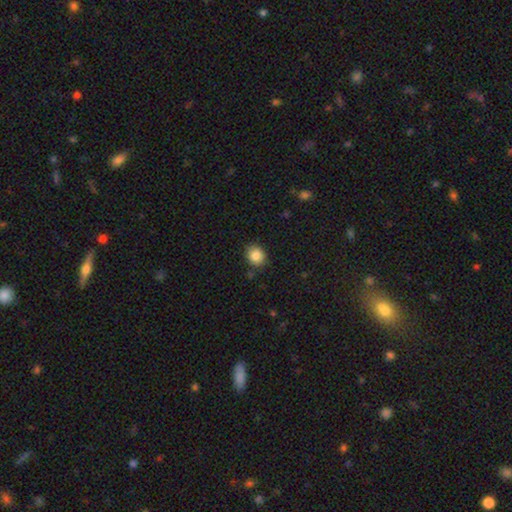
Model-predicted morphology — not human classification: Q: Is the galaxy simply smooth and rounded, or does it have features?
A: smooth — 86%.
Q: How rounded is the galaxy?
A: round — 64%.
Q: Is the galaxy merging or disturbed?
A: none — 83%.